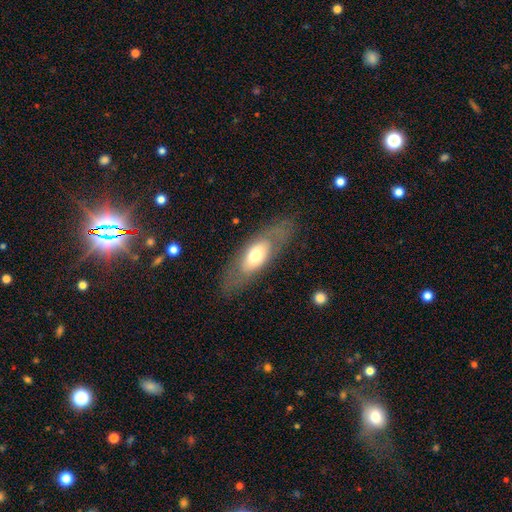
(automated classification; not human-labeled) Q: Smooth or featured?
A: smooth (52%); runner-up: featured or disk (41%)
Q: How rounded?
A: in between (74%); runner-up: cigar-shaped (22%)
Q: Merging?
A: none (77%); runner-up: minor disturbance (14%)